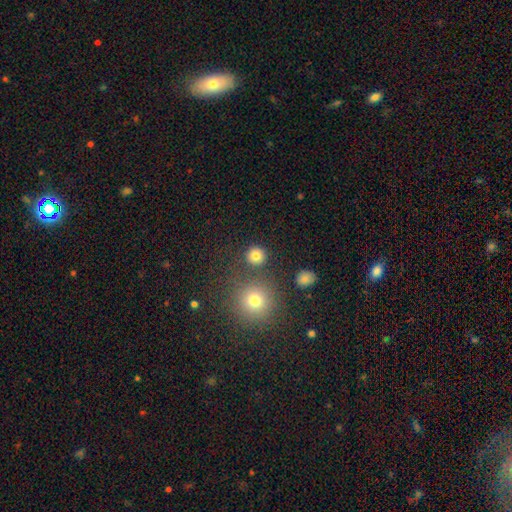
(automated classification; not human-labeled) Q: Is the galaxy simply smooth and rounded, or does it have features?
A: smooth — 80%.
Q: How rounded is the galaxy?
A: round — 94%.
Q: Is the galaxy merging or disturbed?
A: none — 86%.